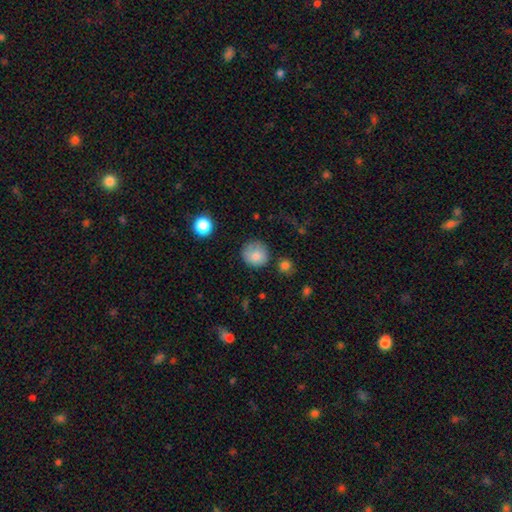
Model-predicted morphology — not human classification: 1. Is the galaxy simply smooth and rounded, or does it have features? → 82% smooth, 9% featured or disk, 9% star or artifact.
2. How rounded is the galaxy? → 88% round, 11% in between, 1% cigar-shaped.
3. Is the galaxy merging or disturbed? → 71% none, 20% minor disturbance, 6% major disturbance, 4% merger.